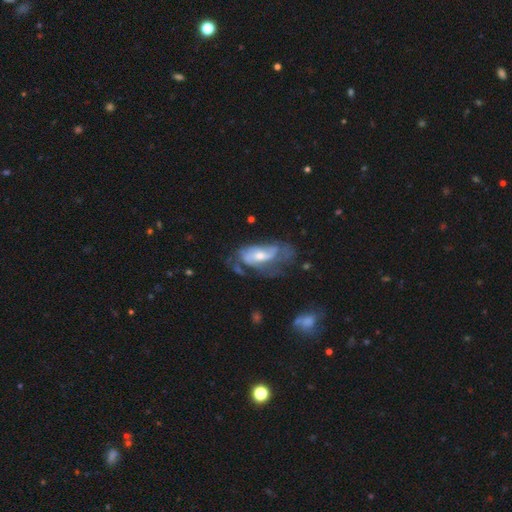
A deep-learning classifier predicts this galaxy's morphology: Overall: featured or disk (68%). Edge-on disk: no (89%). Bar: no (58%; weak 32%). Spiral arms: yes (71%). Bulge size: moderate (51%; small 40%). Merging: none (49%; minor disturbance 23%).